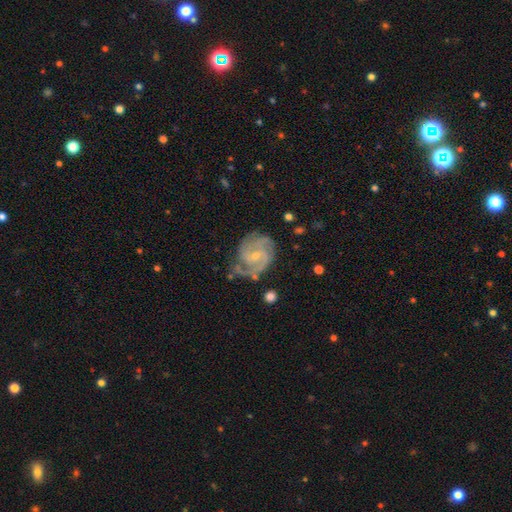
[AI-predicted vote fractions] Overall: featured or disk (89%). Edge-on disk: no (98%). Bar: no (46%; weak 45%). Spiral arms: yes (98%). Spiral arm count: 2 (38%; 3 33%). Spiral winding: medium (46%; tight 45%). Bulge size: small (73%). Merging: none (65%).